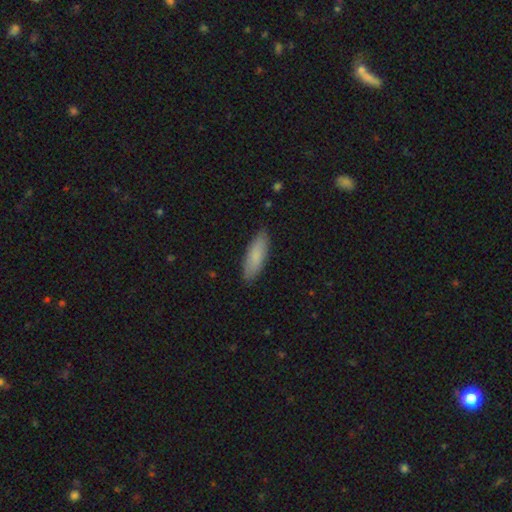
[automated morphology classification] smooth_or_featured: smooth (p=0.84) [alt: featured or disk p=0.11]
how_rounded: in between (p=0.54) [alt: cigar-shaped p=0.45]
merging: none (p=0.87) [alt: minor disturbance p=0.11]